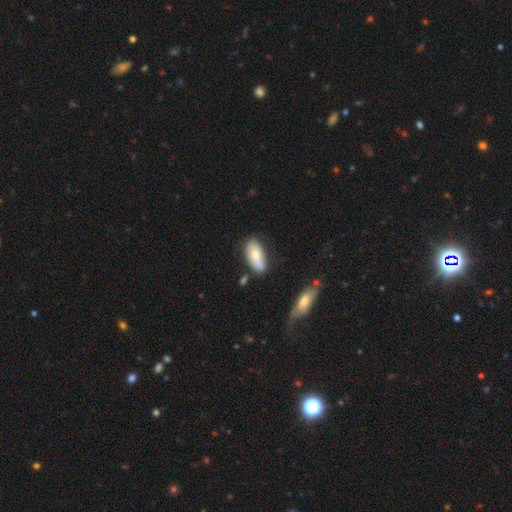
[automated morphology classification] Overall: smooth (70%). How rounded: in between (90%). Merging: none (70%).